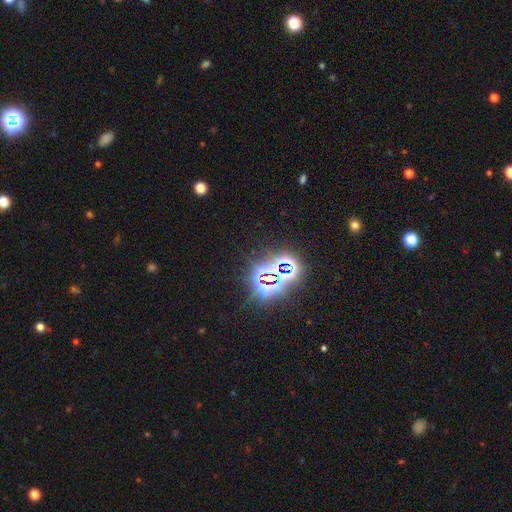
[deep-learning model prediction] Smooth or featured: star or artifact — 62% (smooth — 24%)